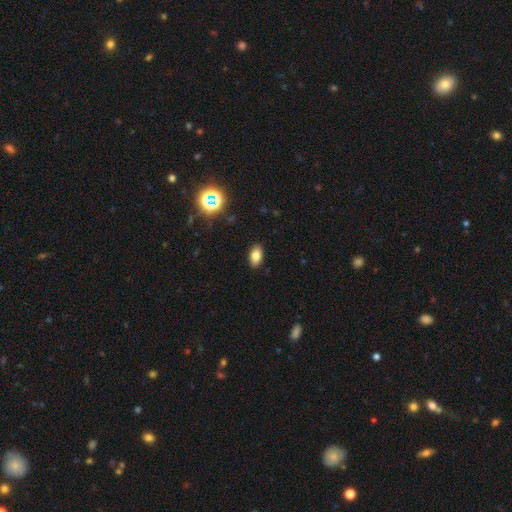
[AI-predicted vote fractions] smooth-or-featured: smooth: 78% | star or artifact: 12% | featured or disk: 10%
  how-rounded: in between: 90% | round: 8% | cigar-shaped: 2%
  merging: none: 88% | minor disturbance: 8% | major disturbance: 2% | merger: 1%